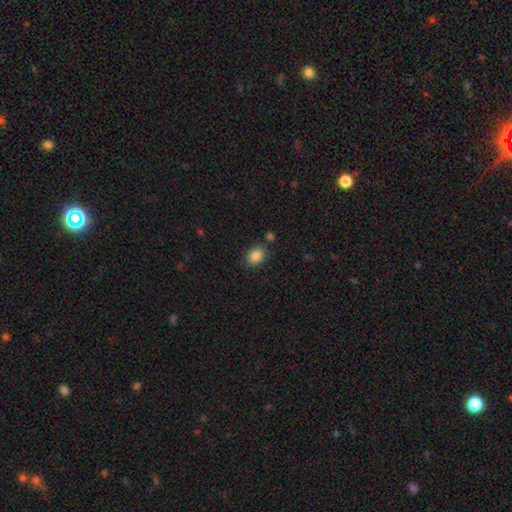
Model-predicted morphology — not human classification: smooth 87%, star or artifact 9%, featured or disk 4%. Down the decision tree: how rounded — in between (63%); merging — none (79%).